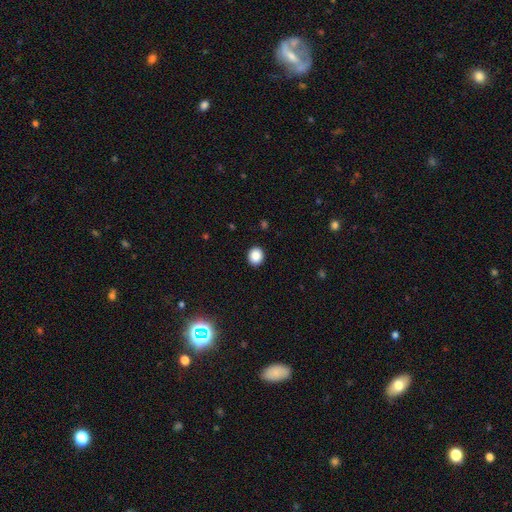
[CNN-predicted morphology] This appears to be a smooth galaxy with no disk features (88%) that is round (78%). Merging: none (92%).